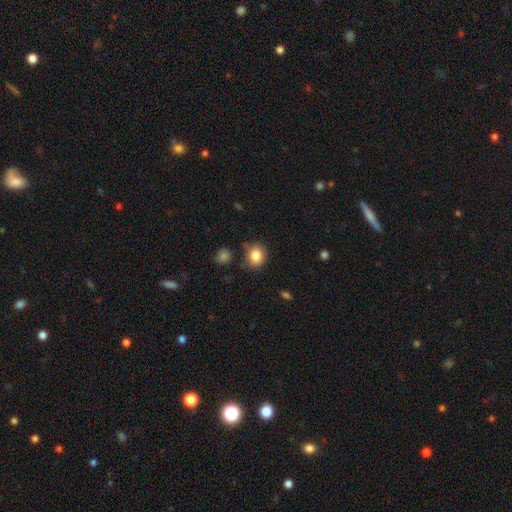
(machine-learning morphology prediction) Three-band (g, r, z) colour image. It shows a smooth galaxy with no disk features (84%) that is round (66%). Merging: none (81%).